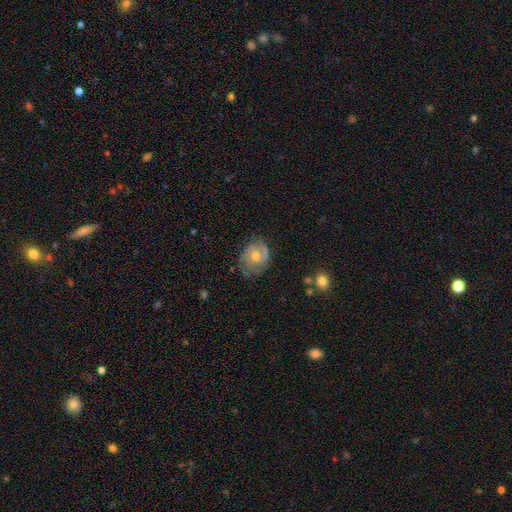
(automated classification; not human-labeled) Smooth or featured?
  - featured or disk: 66% *
  - smooth: 26%
  - star or artifact: 7%
Edge-on disk?
  - no: 97% *
  - yes: 3%
Bar?
  - no: 72% *
  - weak: 24%
  - strong: 4%
Spiral arms?
  - yes: 77% *
  - no: 23%
Bulge size?
  - moderate: 75% *
  - small: 16%
  - large: 7%
  - none: 1%
  - dominant: 1%
Merging?
  - none: 67% *
  - minor disturbance: 23%
  - major disturbance: 9%
  - merger: 2%